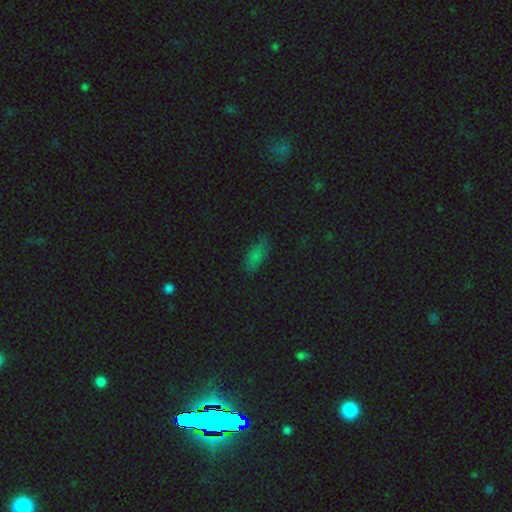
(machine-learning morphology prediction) Smooth or featured? smooth (74%)
How rounded? in between (79%)
Merging? none (74%)